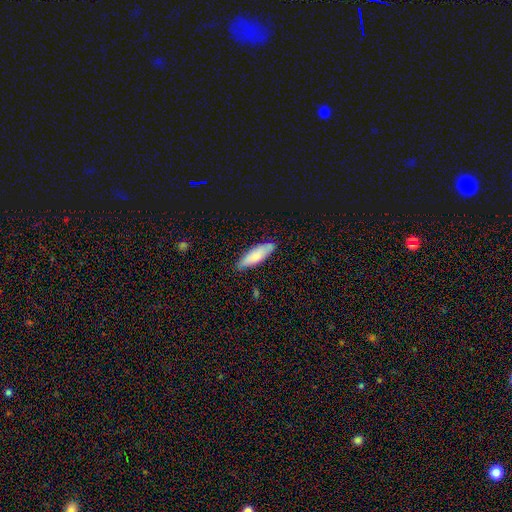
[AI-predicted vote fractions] Smooth or featured? Predicted: smooth (p=0.77). How rounded? Predicted: in between (p=0.52). Merging? Predicted: none (p=0.79).